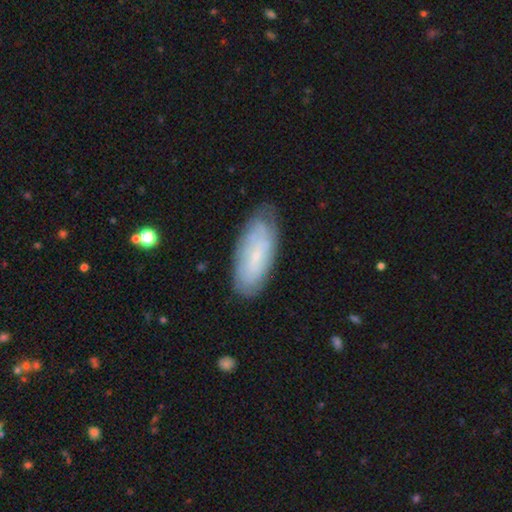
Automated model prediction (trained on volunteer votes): Smooth or featured? Predicted: smooth (p=0.48). Merging? Predicted: none (p=0.73).